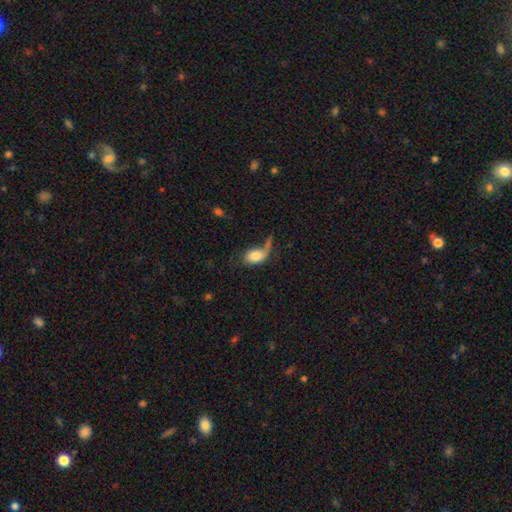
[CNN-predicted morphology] A smooth galaxy with no disk features (72%) that is in between round and cigar-shaped (85%).

Vote fractions:
- Smooth or featured? smooth: 72% / featured or disk: 20% / star or artifact: 8%
- How rounded? in between: 85% / round: 13% / cigar-shaped: 2%
- Merging? major disturbance: 35% / none: 31% / minor disturbance: 22% / merger: 13%